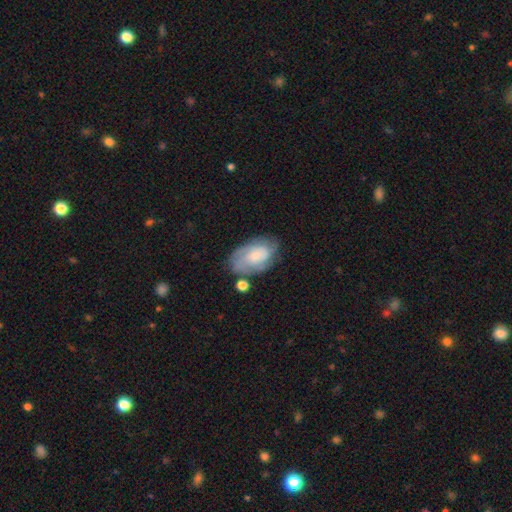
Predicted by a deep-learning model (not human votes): This is likely a featured or disk galaxy (60%). It is clearly not viewed edge-on (96%). Bar: likely no (68%). Spiral arm pattern: clearly yes (87%). Spiral arm count: marginally can't tell (41%). Spiral winding: possibly tight (53%). Central bulge: possibly small (46%). Merging: likely none (62%).